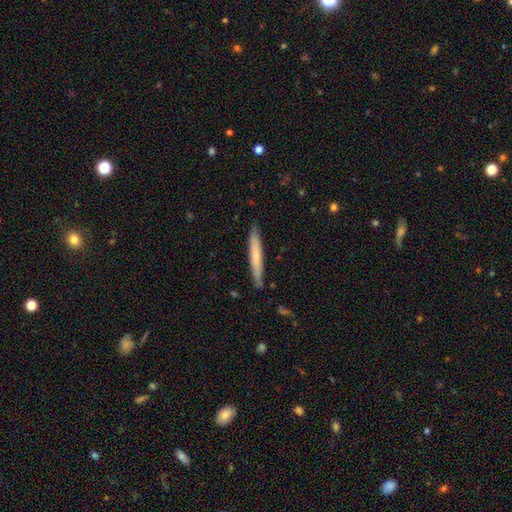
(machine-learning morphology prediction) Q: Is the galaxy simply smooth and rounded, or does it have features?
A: smooth — 59%.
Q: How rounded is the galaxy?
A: cigar-shaped — 95%.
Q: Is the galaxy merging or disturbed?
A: none — 88%.